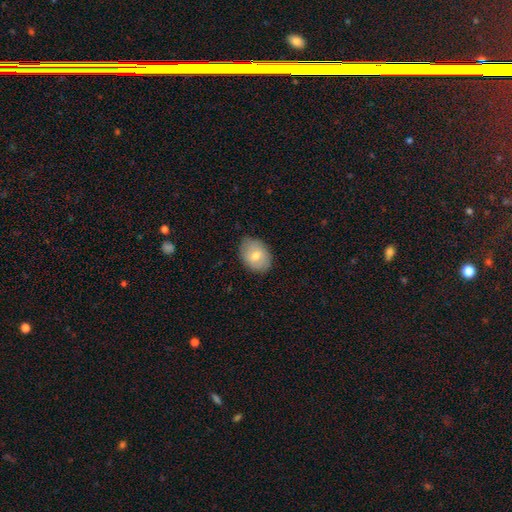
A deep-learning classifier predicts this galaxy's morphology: This is likely a smooth galaxy (72%). How rounded: likely in between (70%). Merging: likely none (77%).